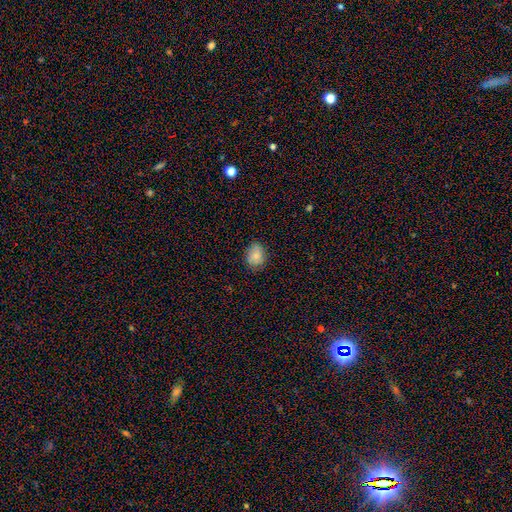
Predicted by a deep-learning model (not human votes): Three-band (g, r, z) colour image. It shows a smooth galaxy with no disk features (80%) that is in between round and cigar-shaped (54%). Merging: none (77%).